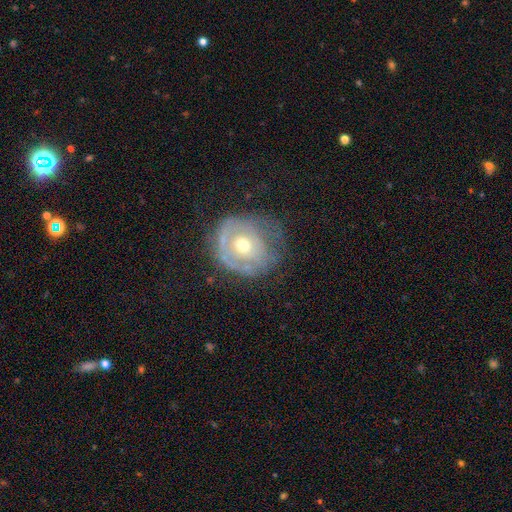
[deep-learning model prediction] Smooth or featured? featured or disk (63%)
Edge-on disk? no (95%)
Bar? no (64%)
Spiral arms? yes (58%)
Bulge size? moderate (63%)
Merging? none (71%)